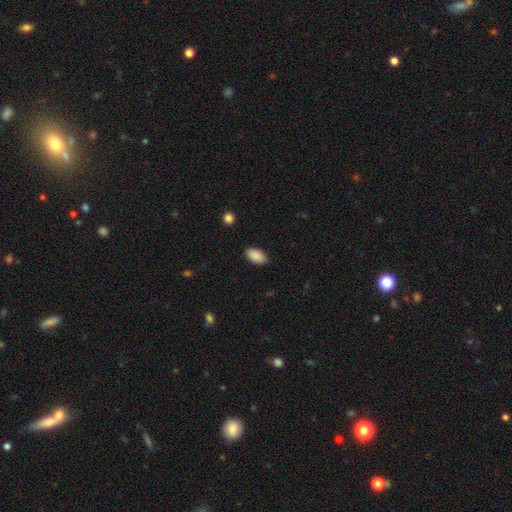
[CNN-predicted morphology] Smooth or featured?
  - smooth: 90% *
  - star or artifact: 7%
  - featured or disk: 3%
How rounded?
  - in between: 94% *
  - round: 4%
  - cigar-shaped: 2%
Merging?
  - none: 88% *
  - minor disturbance: 9%
  - major disturbance: 2%
  - merger: 1%